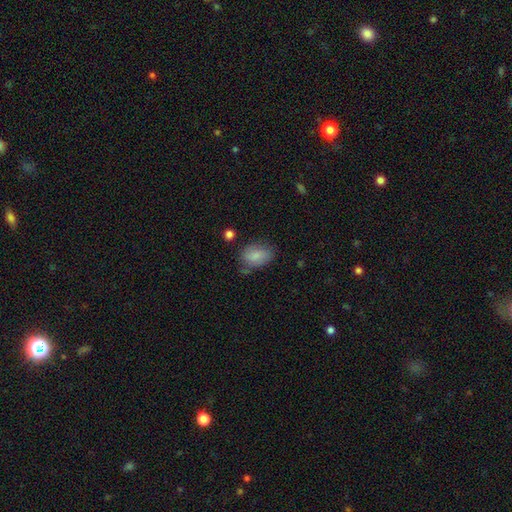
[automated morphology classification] This is likely a smooth galaxy (79%). How rounded: clearly in between (83%). Merging: likely none (64%).